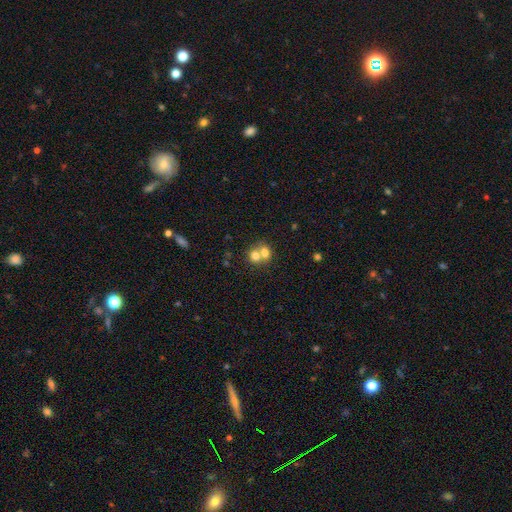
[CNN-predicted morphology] smooth-or-featured: smooth: 71% | featured or disk: 19% | star or artifact: 10%
  how-rounded: round: 68% | in between: 31% | cigar-shaped: 1%
  merging: merger: 68% | none: 25% | minor disturbance: 5% | major disturbance: 2%